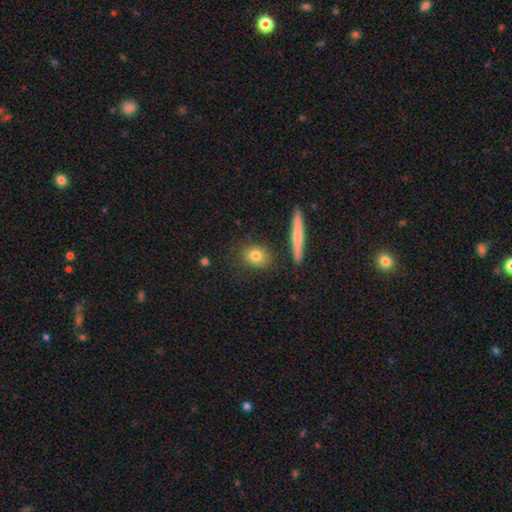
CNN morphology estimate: This is likely a smooth galaxy (79%). How rounded: possibly round (51%). Merging: clearly none (82%).